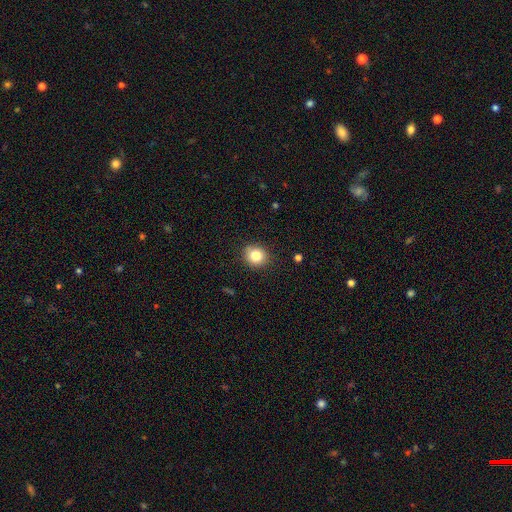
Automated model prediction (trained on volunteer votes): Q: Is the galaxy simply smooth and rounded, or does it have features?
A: smooth — 81%.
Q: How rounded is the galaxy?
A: round — 80%.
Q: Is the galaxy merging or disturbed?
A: none — 87%.